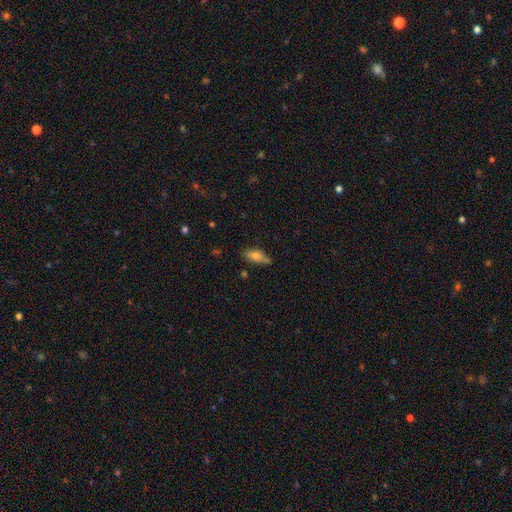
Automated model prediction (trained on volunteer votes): Smooth or featured? smooth (76%)
How rounded? in between (85%)
Merging? none (63%)